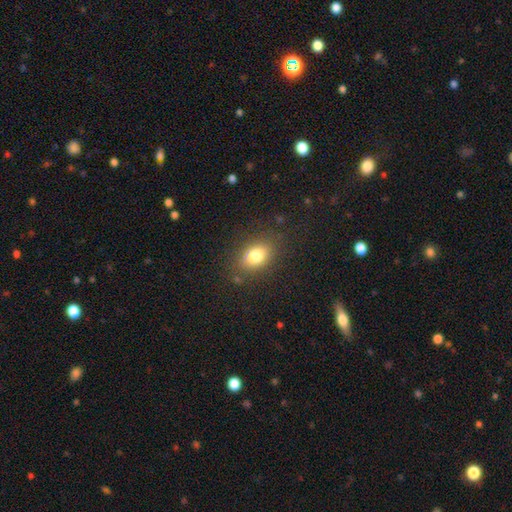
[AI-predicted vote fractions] Q: Smooth or featured?
A: smooth (78%); runner-up: featured or disk (11%)
Q: How rounded?
A: in between (73%); runner-up: round (25%)
Q: Merging?
A: none (81%); runner-up: minor disturbance (13%)